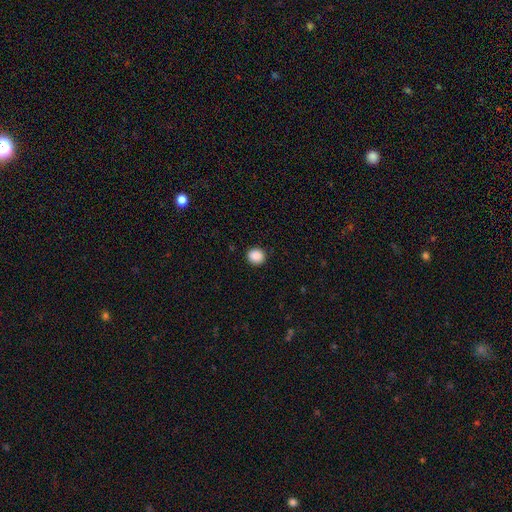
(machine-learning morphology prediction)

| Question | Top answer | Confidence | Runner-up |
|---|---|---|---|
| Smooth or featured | smooth | 89% | star or artifact (9%) |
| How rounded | round | 83% | in between (16%) |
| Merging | none | 91% | minor disturbance (6%) |